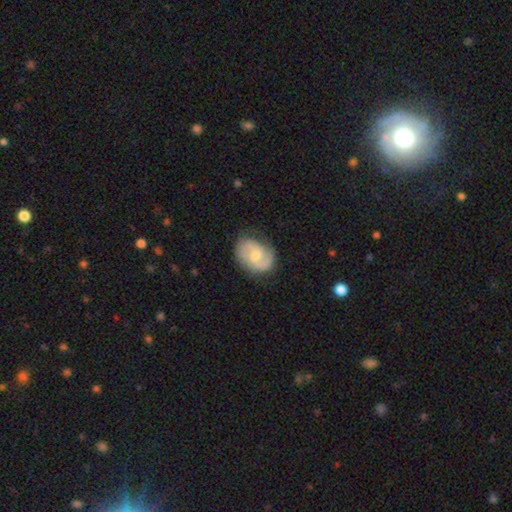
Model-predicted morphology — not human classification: Smooth or featured?
  - featured or disk: 63% *
  - smooth: 31%
  - star or artifact: 6%
Edge-on disk?
  - no: 97% *
  - yes: 3%
Bar?
  - no: 48% *
  - weak: 45%
  - strong: 7%
Spiral arms?
  - yes: 89% *
  - no: 11%
Spiral winding?
  - medium: 47% *
  - loose: 27%
  - tight: 26%
Spiral arm count?
  - 2: 81% *
  - can't tell: 10%
  - 1: 6%
  - 3: 2%
  - 4: 1%
  - more than 4: 1%
Bulge size?
  - moderate: 58% *
  - small: 35%
  - large: 3%
  - none: 3%
  - dominant: 1%
Merging?
  - none: 73% *
  - minor disturbance: 20%
  - major disturbance: 6%
  - merger: 1%